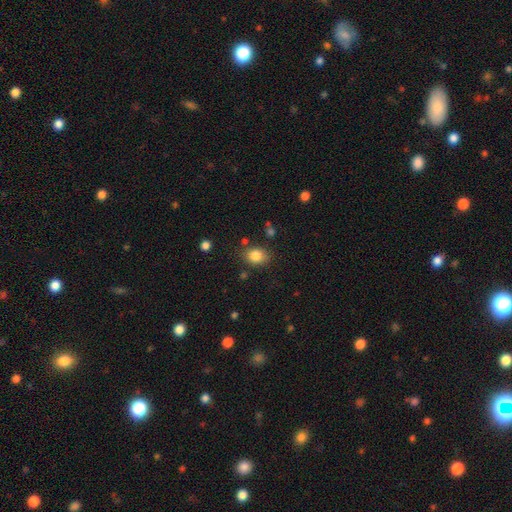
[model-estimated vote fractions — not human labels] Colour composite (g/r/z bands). It shows a smooth galaxy with no disk features (84%) that is in between round and cigar-shaped (56%). Merging: none (78%).